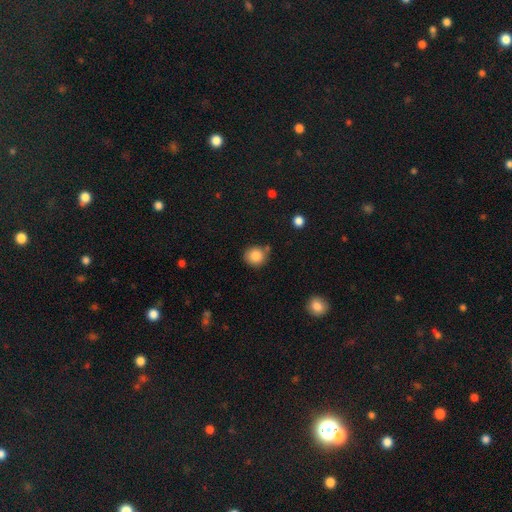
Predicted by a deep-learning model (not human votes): Morphology: type=smooth (85%); roundness=round (88%); merging=none (74%).